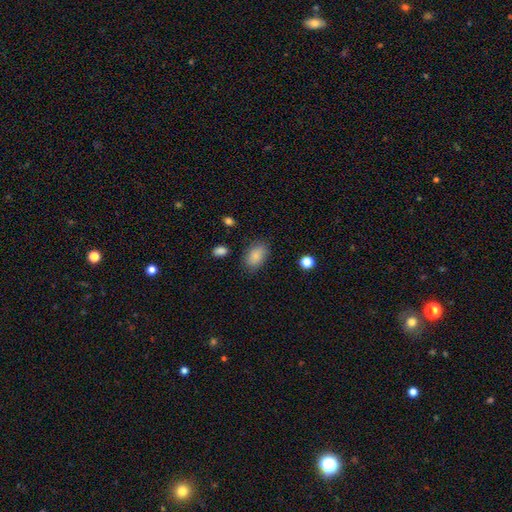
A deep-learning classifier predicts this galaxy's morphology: This is clearly a smooth galaxy (86%). How rounded: clearly in between (89%). Merging: clearly none (80%).